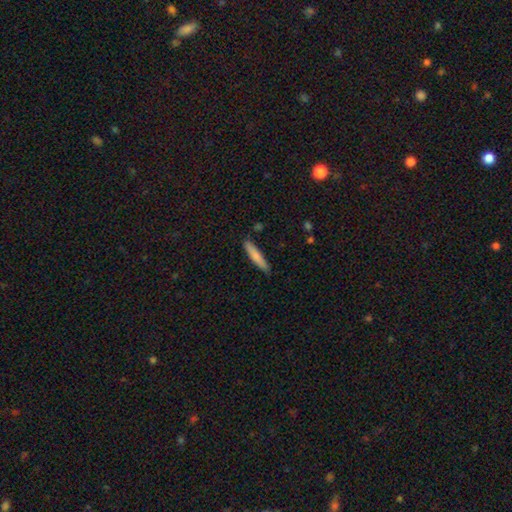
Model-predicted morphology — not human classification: Smooth or featured?
  - smooth: 77% *
  - featured or disk: 17%
  - star or artifact: 6%
How rounded?
  - cigar-shaped: 90% *
  - in between: 9%
  - round: 1%
Merging?
  - none: 86% *
  - minor disturbance: 11%
  - major disturbance: 2%
  - merger: 2%